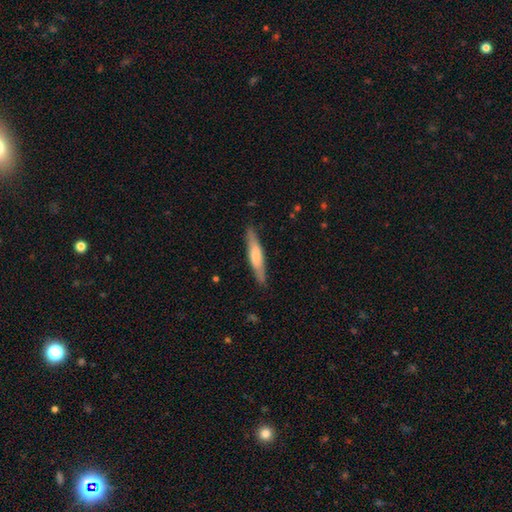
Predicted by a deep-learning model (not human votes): smooth_or_featured: smooth (p=0.58) [alt: featured or disk p=0.37]
how_rounded: cigar-shaped (p=0.88) [alt: in between p=0.11]
merging: none (p=0.87) [alt: minor disturbance p=0.10]